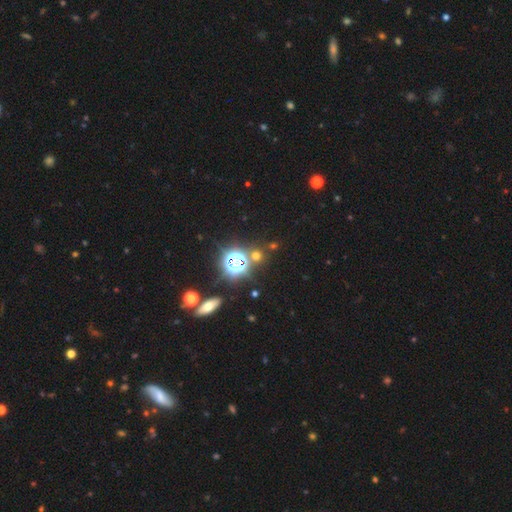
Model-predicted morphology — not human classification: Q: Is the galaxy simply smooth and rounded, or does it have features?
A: star or artifact — 54%.